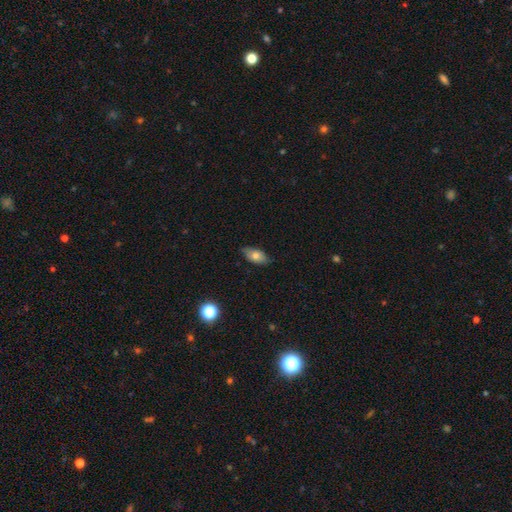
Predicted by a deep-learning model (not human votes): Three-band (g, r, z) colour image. It shows a smooth galaxy with no disk features (72%) that is in between round and cigar-shaped (90%). Merging: none (80%).